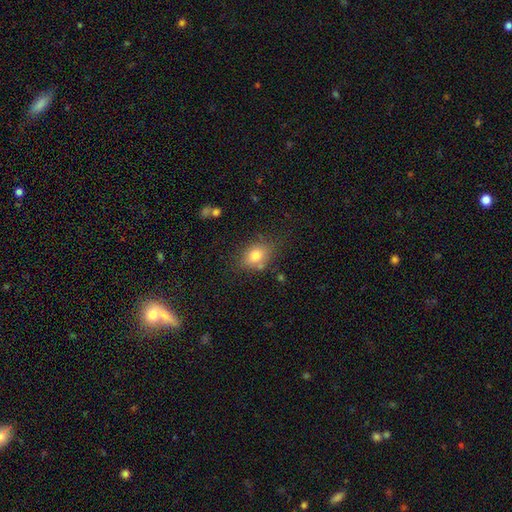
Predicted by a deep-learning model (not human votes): A smooth galaxy with no disk features (78%) that is in between round and cigar-shaped (66%).

Vote fractions:
- Smooth or featured? smooth: 78% / featured or disk: 12% / star or artifact: 10%
- How rounded? in between: 66% / round: 33% / cigar-shaped: 1%
- Merging? none: 70% / minor disturbance: 18% / merger: 6% / major disturbance: 5%